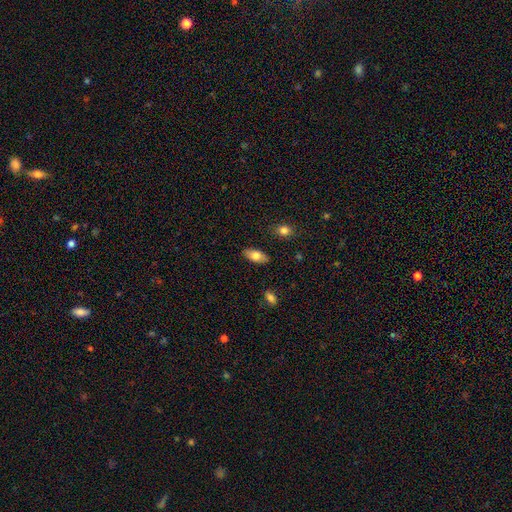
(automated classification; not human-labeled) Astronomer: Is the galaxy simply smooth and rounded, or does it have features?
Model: smooth — 75%.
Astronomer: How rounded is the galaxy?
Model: in between — 88%.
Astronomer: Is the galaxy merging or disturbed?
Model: none — 87%.